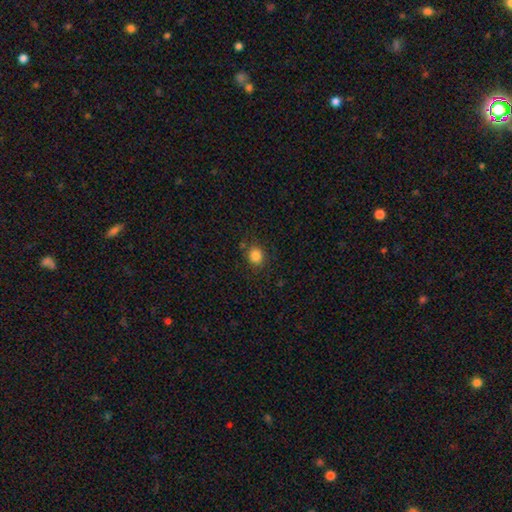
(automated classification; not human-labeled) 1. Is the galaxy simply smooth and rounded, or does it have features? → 84% smooth, 12% star or artifact, 5% featured or disk.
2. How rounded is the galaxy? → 78% round, 21% in between, 1% cigar-shaped.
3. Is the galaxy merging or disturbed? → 82% none, 11% minor disturbance, 4% merger, 3% major disturbance.